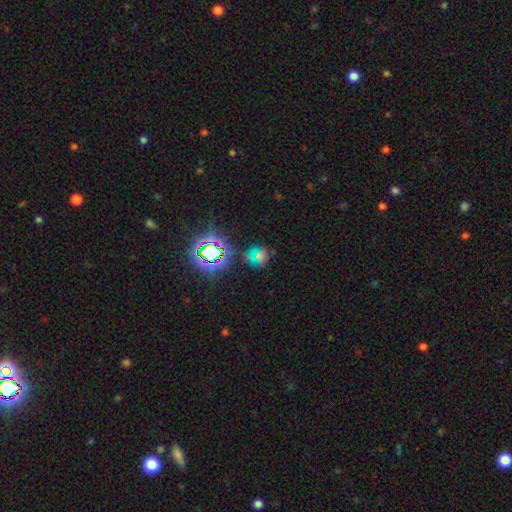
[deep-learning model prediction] star or artifact 44%, smooth 43%, featured or disk 13%.